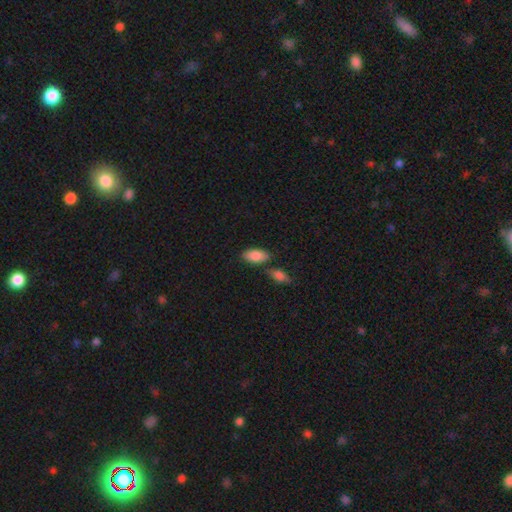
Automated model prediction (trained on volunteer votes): Smooth or featured? smooth (85%)
How rounded? in between (92%)
Merging? none (67%)